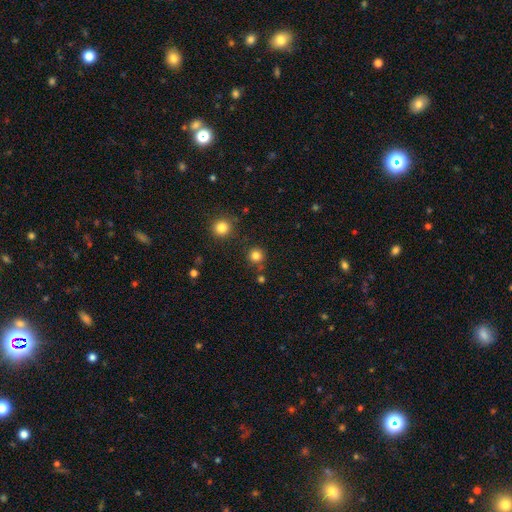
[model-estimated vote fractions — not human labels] A smooth galaxy with no disk features (81%) that is round (94%).

Vote fractions:
- Smooth or featured? smooth: 81% / star or artifact: 15% / featured or disk: 5%
- How rounded? round: 94% / in between: 5% / cigar-shaped: 1%
- Merging? none: 83% / minor disturbance: 8% / merger: 6% / major disturbance: 3%